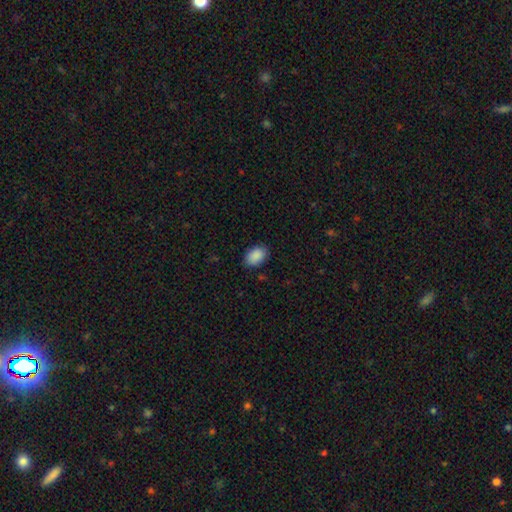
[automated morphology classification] Smooth or featured? Predicted: smooth (p=0.90). How rounded? Predicted: in between (p=0.87). Merging? Predicted: none (p=0.85).